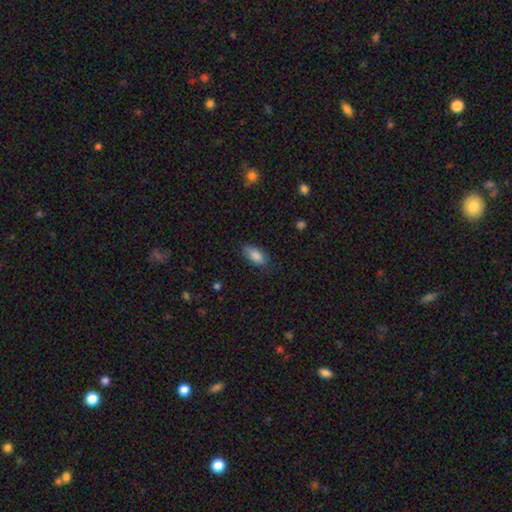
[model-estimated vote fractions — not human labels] smooth-or-featured: smooth: 86% | star or artifact: 7% | featured or disk: 7%
  how-rounded: in between: 87% | cigar-shaped: 11% | round: 3%
  merging: none: 79% | minor disturbance: 16% | major disturbance: 3% | merger: 1%